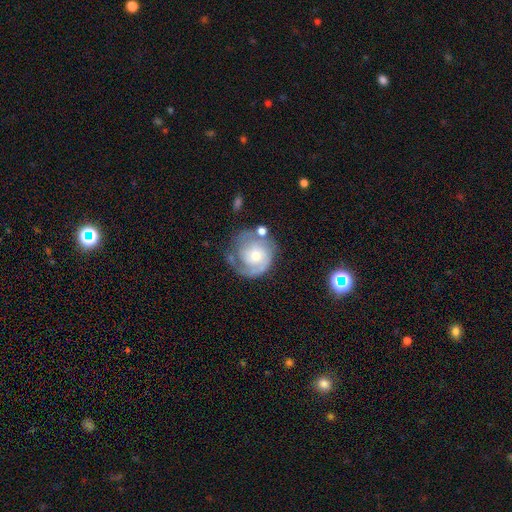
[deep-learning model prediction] Smooth or featured? featured or disk (73%)
Edge-on disk? no (98%)
Bar? no (73%)
Spiral arms? yes (89%)
Spiral winding? tight (57%)
Spiral arm count? 1 (40%)
Bulge size? moderate (52%)
Merging? none (56%)